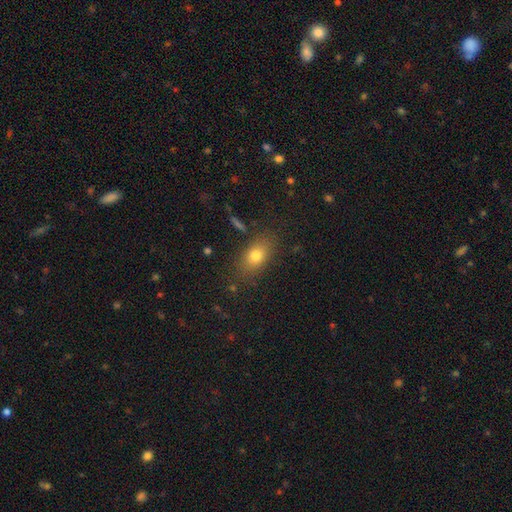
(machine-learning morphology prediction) Overall: smooth (75%). How rounded: in between (77%). Merging: none (81%).